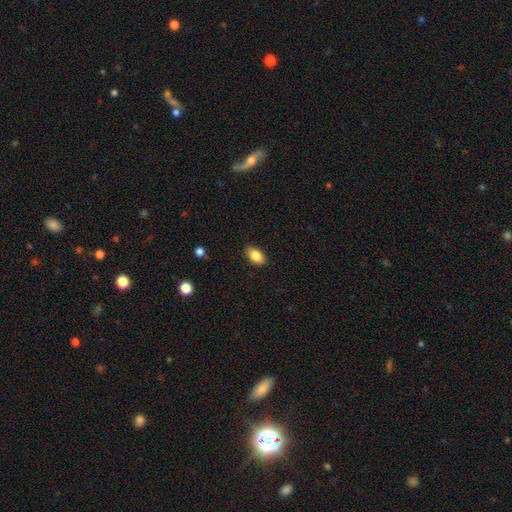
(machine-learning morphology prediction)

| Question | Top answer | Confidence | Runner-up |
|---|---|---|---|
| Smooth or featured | smooth | 84% | featured or disk (8%) |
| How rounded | in between | 91% | round (7%) |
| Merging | none | 88% | minor disturbance (9%) |